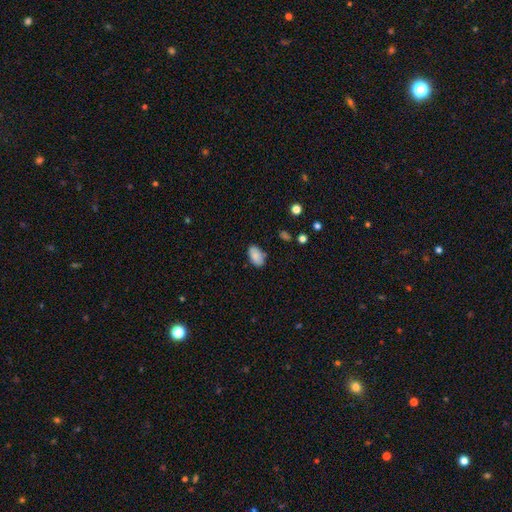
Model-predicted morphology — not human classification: The model was most divided on "merging": none: 77%, minor disturbance: 18%, major disturbance: 3%, merger: 2%. More confident: how rounded — in between (93%); smooth or featured — smooth (83%).